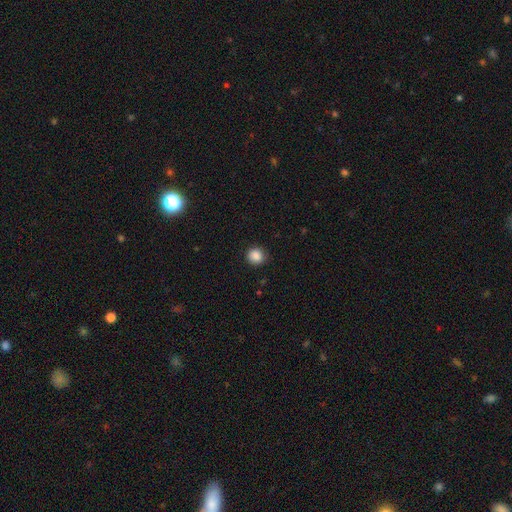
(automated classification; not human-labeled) Smooth or featured? smooth (87%)
How rounded? round (86%)
Merging? none (87%)